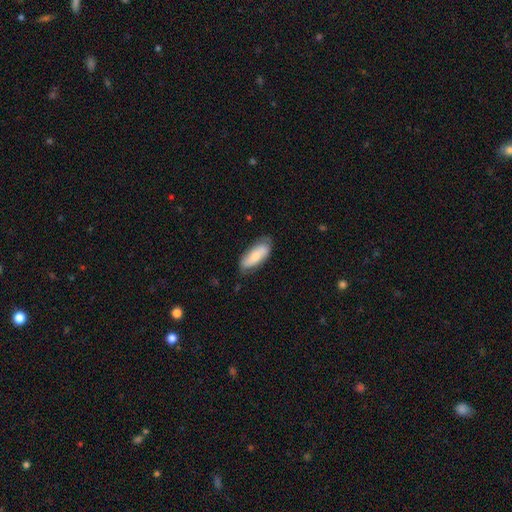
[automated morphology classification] Q: Smooth or featured?
A: smooth (74%); runner-up: featured or disk (20%)
Q: How rounded?
A: in between (75%); runner-up: cigar-shaped (23%)
Q: Merging?
A: none (72%); runner-up: minor disturbance (22%)